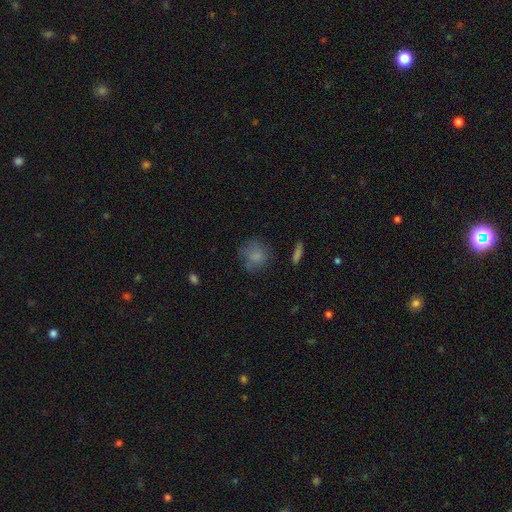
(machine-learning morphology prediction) smooth_or_featured: smooth (p=0.78) [alt: featured or disk p=0.13]
how_rounded: round (p=0.81) [alt: in between p=0.17]
merging: none (p=0.65) [alt: minor disturbance p=0.22]